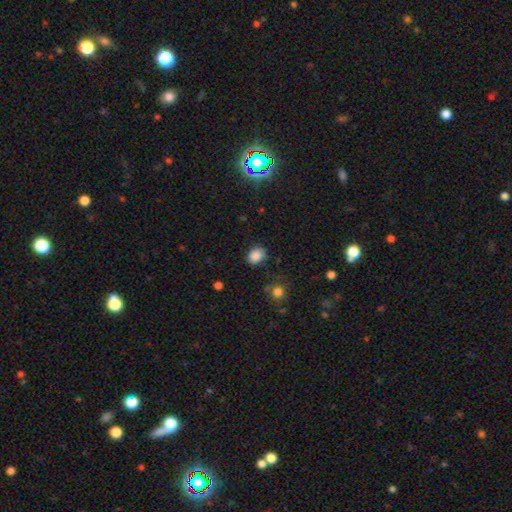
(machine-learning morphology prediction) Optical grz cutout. It shows a smooth galaxy with no disk features (86%) that is in between round and cigar-shaped (54%). Merging: none (76%).